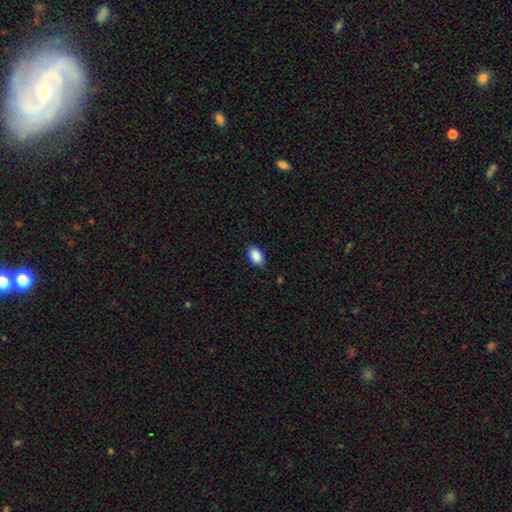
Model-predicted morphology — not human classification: A smooth galaxy with no disk features (89%) that is in between round and cigar-shaped (87%).

Vote fractions:
- Smooth or featured? smooth: 89% / star or artifact: 8% / featured or disk: 3%
- How rounded? in between: 87% / round: 12% / cigar-shaped: 1%
- Merging? none: 83% / minor disturbance: 13% / major disturbance: 3% / merger: 1%